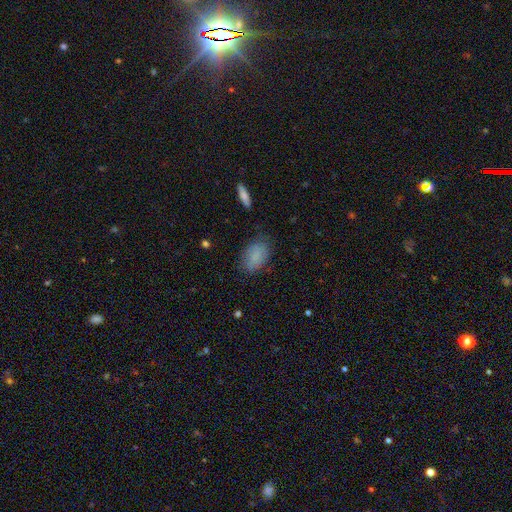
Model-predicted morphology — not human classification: Smooth or featured? Predicted: smooth (p=0.84). How rounded? Predicted: in between (p=0.90). Merging? Predicted: none (p=0.74).